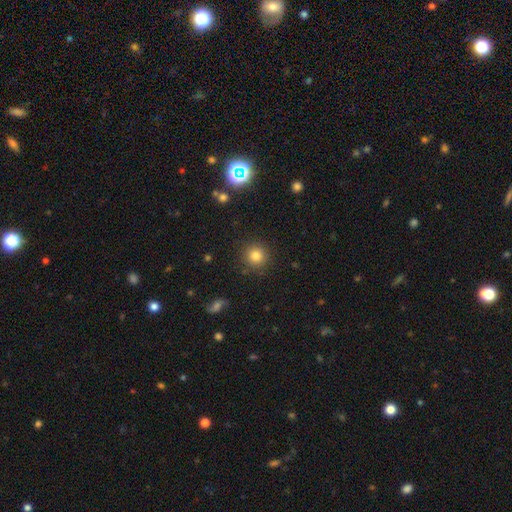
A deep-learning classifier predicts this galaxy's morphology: Q: Smooth or featured?
A: smooth (81%); runner-up: star or artifact (12%)
Q: How rounded?
A: round (93%); runner-up: in between (6%)
Q: Merging?
A: none (89%); runner-up: minor disturbance (7%)